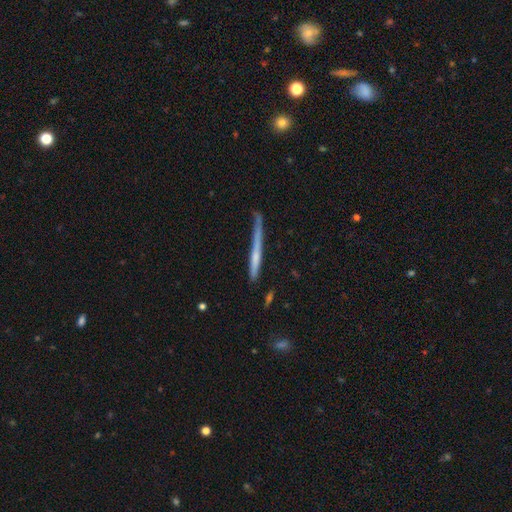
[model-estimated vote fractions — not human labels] The model was most divided on "smooth or featured": smooth: 47%, featured or disk: 46%, star or artifact: 7%. More confident: merging — none (62%).